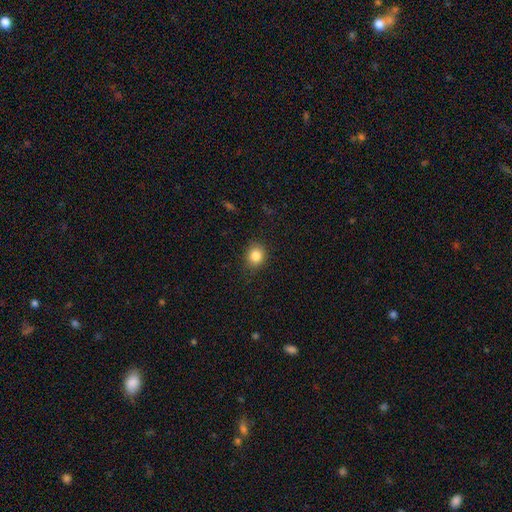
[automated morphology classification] Overall: smooth (85%). How rounded: round (74%). Merging: none (87%).